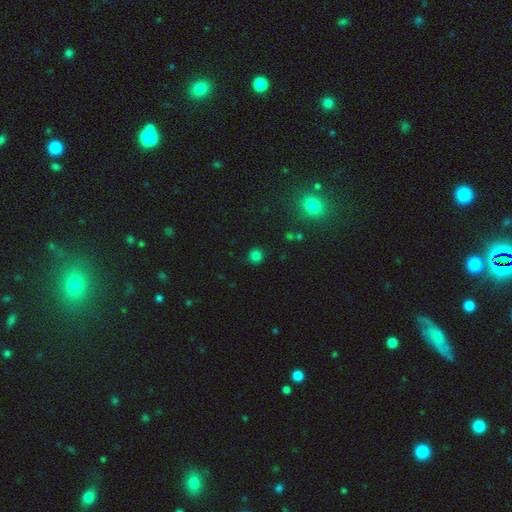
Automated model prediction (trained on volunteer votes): smooth_or_featured: smooth (p=0.79) [alt: star or artifact p=0.17]
how_rounded: round (p=0.93) [alt: in between p=0.06]
merging: none (p=0.89) [alt: minor disturbance p=0.07]